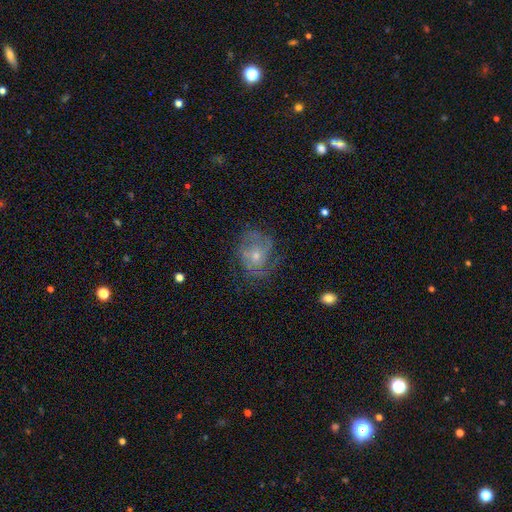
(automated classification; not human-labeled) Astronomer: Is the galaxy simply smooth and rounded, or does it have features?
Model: featured or disk — 71%.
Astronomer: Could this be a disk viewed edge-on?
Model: no — 97%.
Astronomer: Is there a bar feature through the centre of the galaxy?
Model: no — 75%.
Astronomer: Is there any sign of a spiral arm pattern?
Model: yes — 86%.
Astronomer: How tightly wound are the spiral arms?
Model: tight — 47% (runner-up: medium, 39%).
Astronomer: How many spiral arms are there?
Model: can't tell — 39% (runner-up: 3, 21%).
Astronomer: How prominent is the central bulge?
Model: small — 57% (runner-up: moderate, 37%).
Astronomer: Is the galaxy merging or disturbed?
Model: none — 66%.